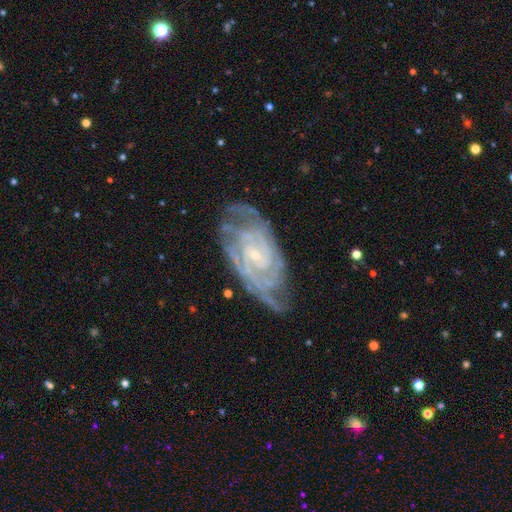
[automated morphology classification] smooth-or-featured: featured or disk: 90% | star or artifact: 5% | smooth: 5%
  disk-edge-on: no: 96% | yes: 4%
    bar: no: 53% | weak: 36% | strong: 11%
    has-spiral-arms: yes: 98% | no: 2%
      spiral-winding: tight: 72% | medium: 24% | loose: 4%
      spiral-arm-count: 2: 28% | can't tell: 25% | 3: 19% | 4: 15% | more than 4: 7% | 1: 6%
    bulge-size: small: 80% | moderate: 14% | none: 3% | large: 1% | dominant: 1%
  merging: none: 68% | minor disturbance: 22% | major disturbance: 8% | merger: 2%